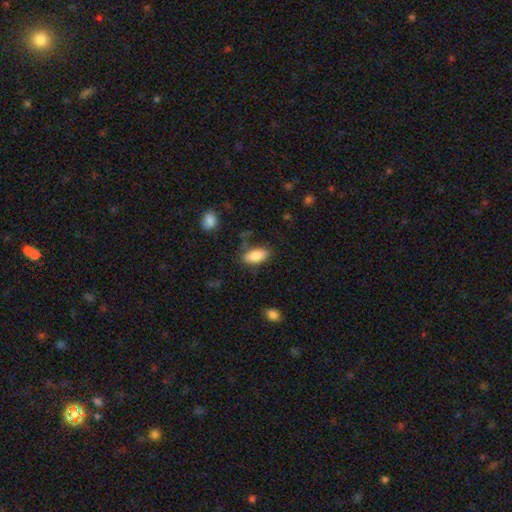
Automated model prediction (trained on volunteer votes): This appears to be a smooth galaxy with no disk features (83%) that is in between round and cigar-shaped (88%). Merging: none (77%).